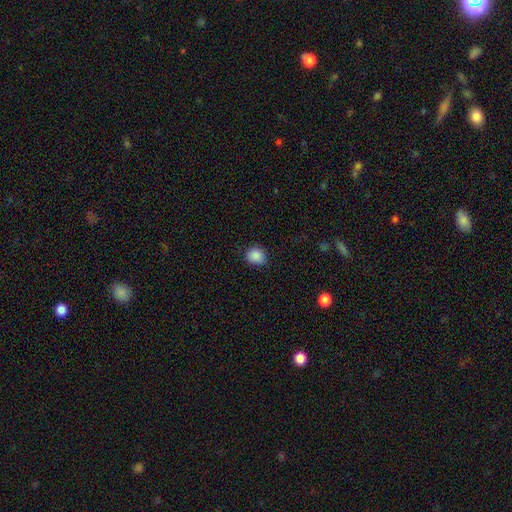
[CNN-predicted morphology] smooth-or-featured: smooth: 87% | star or artifact: 10% | featured or disk: 4%
  how-rounded: round: 67% | in between: 32% | cigar-shaped: 1%
  merging: none: 75% | minor disturbance: 20% | major disturbance: 3% | merger: 1%